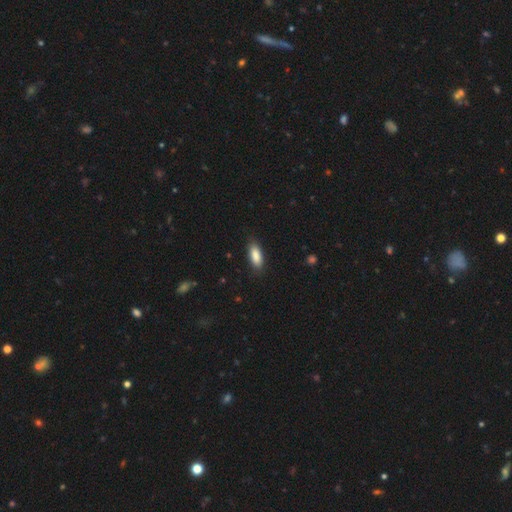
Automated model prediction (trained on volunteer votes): Q: Smooth or featured?
A: smooth (87%); runner-up: featured or disk (7%)
Q: How rounded?
A: in between (79%); runner-up: cigar-shaped (19%)
Q: Merging?
A: none (83%); runner-up: minor disturbance (13%)